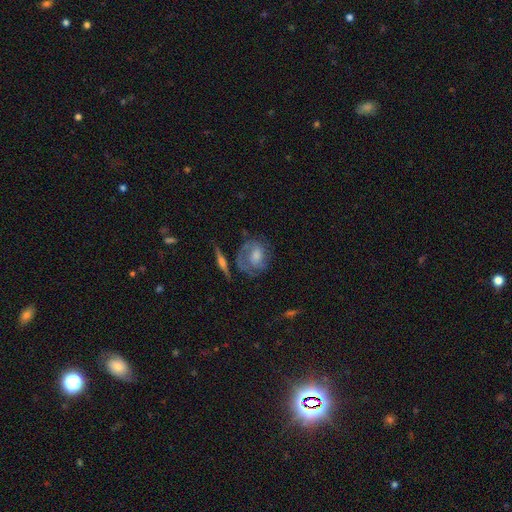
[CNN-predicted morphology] smooth-or-featured: featured or disk: 57% | smooth: 36% | star or artifact: 7%
  disk-edge-on: no: 94% | yes: 6%
    bar: no: 66% | weak: 28% | strong: 6%
    has-spiral-arms: yes: 77% | no: 23%
    bulge-size: moderate: 42% | large: 24% | small: 20% | none: 11% | dominant: 3%
  merging: none: 56% | minor disturbance: 22% | major disturbance: 16% | merger: 6%